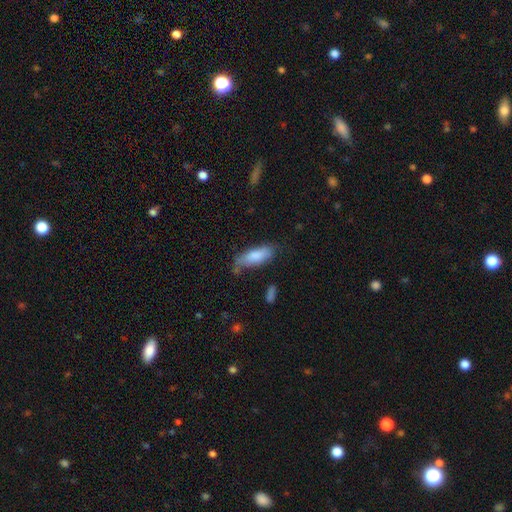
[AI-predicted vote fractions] A smooth galaxy with no disk features (81%) that is in between round and cigar-shaped (64%).

Vote fractions:
- Smooth or featured? smooth: 81% / featured or disk: 13% / star or artifact: 6%
- How rounded? in between: 64% / cigar-shaped: 34% / round: 2%
- Merging? none: 55% / minor disturbance: 30% / major disturbance: 10% / merger: 5%